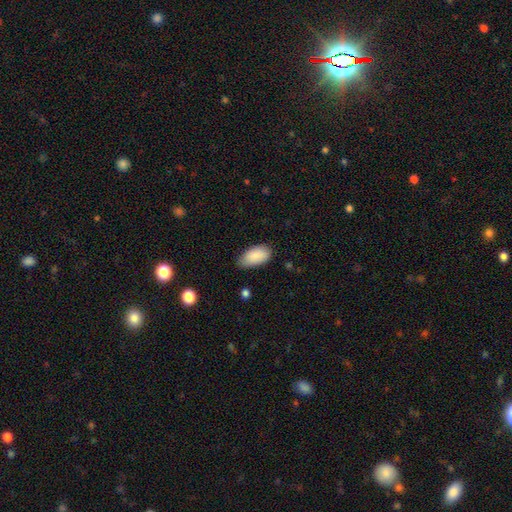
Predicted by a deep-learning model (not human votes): Smooth or featured? Predicted: smooth (p=0.89). How rounded? Predicted: in between (p=0.94). Merging? Predicted: none (p=0.68).